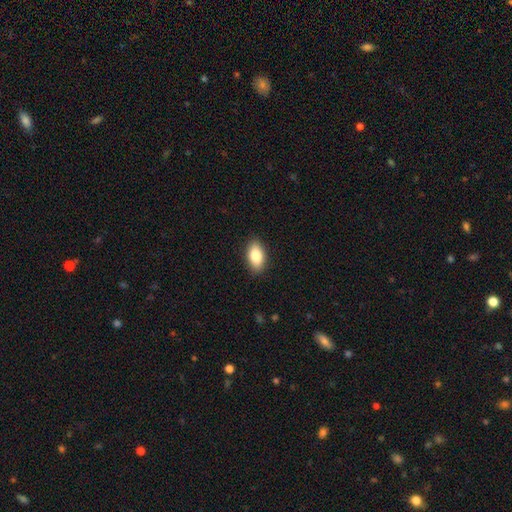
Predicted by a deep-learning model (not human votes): The model was most divided on "smooth or featured": smooth: 84%, featured or disk: 9%, star or artifact: 7%. More confident: how rounded — in between (91%); merging — none (89%).